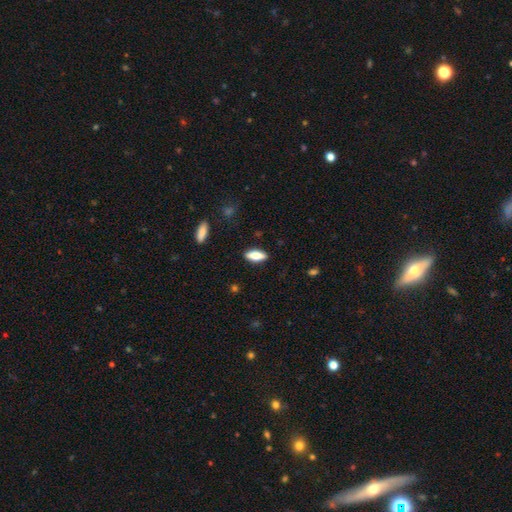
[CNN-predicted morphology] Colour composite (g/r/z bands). It shows a smooth galaxy with no disk features (75%) that is in between round and cigar-shaped (71%). Merging: none (87%).